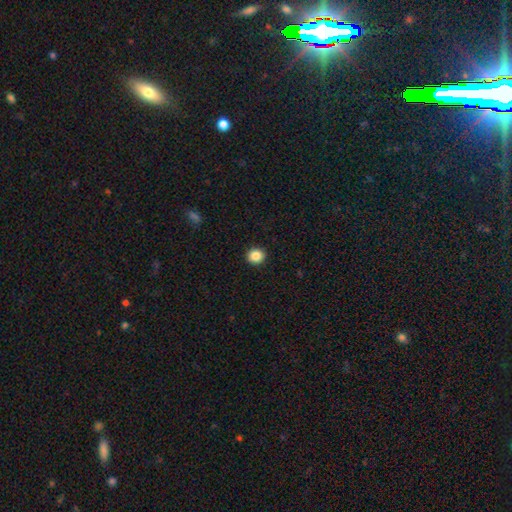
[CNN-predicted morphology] Smooth or featured? smooth (87%)
How rounded? round (88%)
Merging? none (92%)